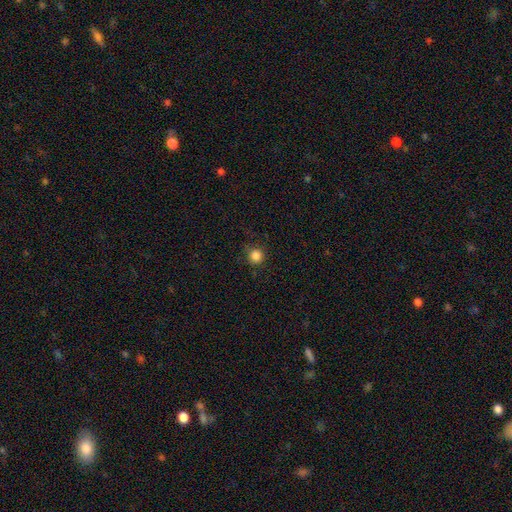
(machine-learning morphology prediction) Smooth or featured? Predicted: smooth (p=0.85). How rounded? Predicted: round (p=0.93). Merging? Predicted: none (p=0.83).